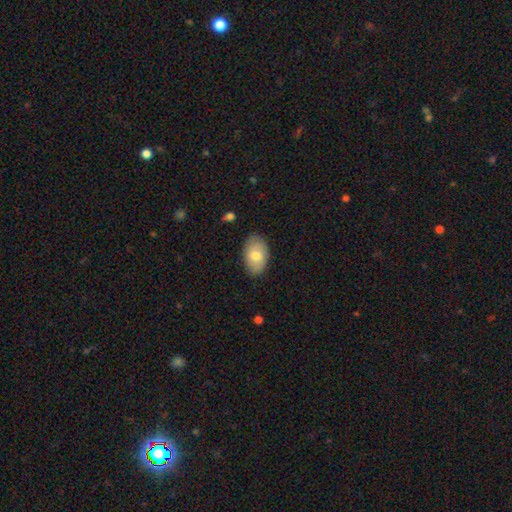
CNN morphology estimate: Smooth or featured? smooth (76%)
How rounded? in between (93%)
Merging? none (83%)